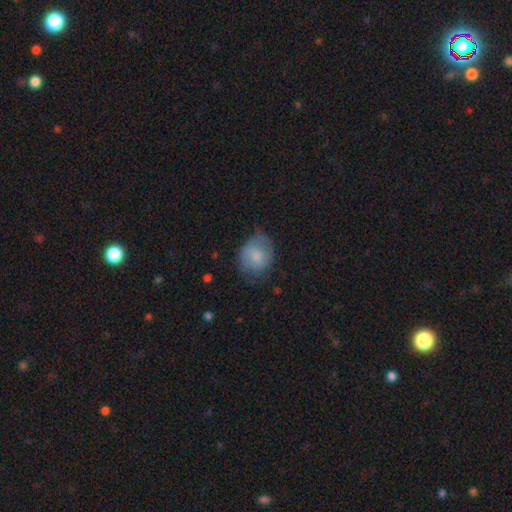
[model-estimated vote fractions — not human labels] Smooth or featured? Predicted: smooth (p=0.73). How rounded? Predicted: round (p=0.54). Merging? Predicted: none (p=0.48).